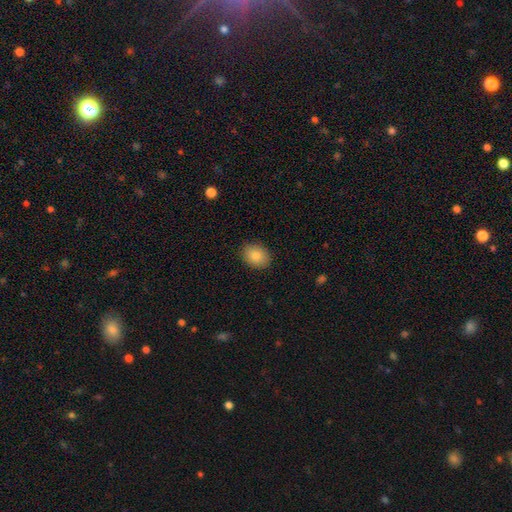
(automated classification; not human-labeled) smooth-or-featured: smooth: 85% | star or artifact: 8% | featured or disk: 6%
  how-rounded: in between: 63% | round: 36% | cigar-shaped: 1%
  merging: none: 88% | minor disturbance: 8% | major disturbance: 2% | merger: 1%